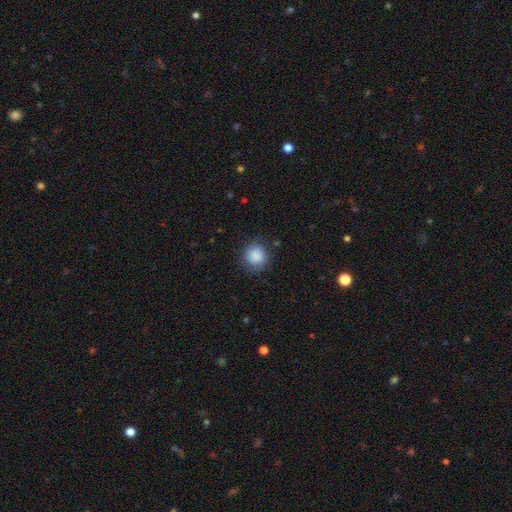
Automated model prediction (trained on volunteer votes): smooth-or-featured: smooth: 87% | star or artifact: 8% | featured or disk: 5%
  how-rounded: round: 88% | in between: 11% | cigar-shaped: 1%
  merging: none: 82% | minor disturbance: 13% | major disturbance: 4% | merger: 1%